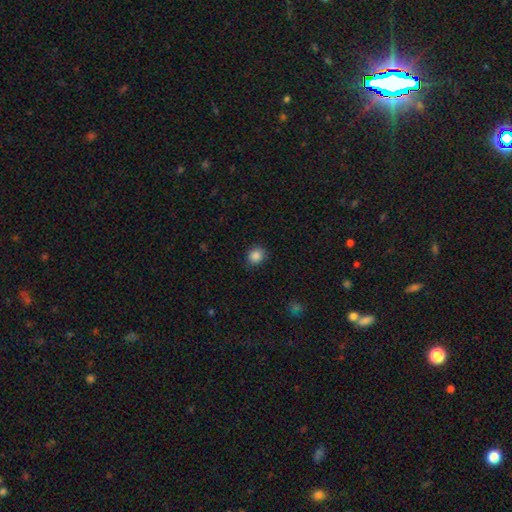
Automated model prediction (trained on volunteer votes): Overall: smooth (86%). How rounded: round (77%). Merging: none (88%).